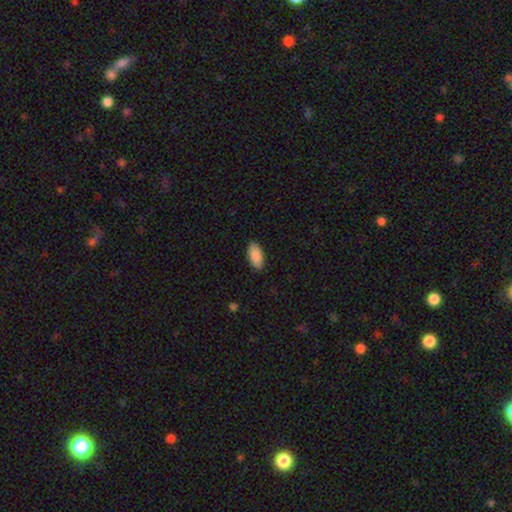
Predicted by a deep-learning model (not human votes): This is clearly a smooth galaxy (90%). How rounded: clearly in between (92%). Merging: clearly none (89%).